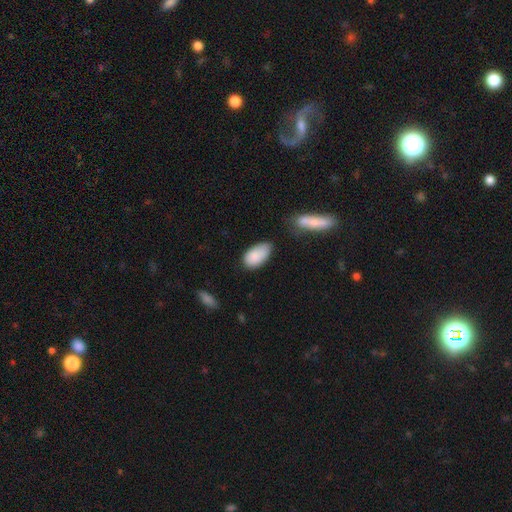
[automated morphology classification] smooth-or-featured: smooth: 86% | featured or disk: 8% | star or artifact: 7%
  how-rounded: in between: 94% | round: 4% | cigar-shaped: 2%
  merging: none: 57% | minor disturbance: 30% | major disturbance: 7% | merger: 6%